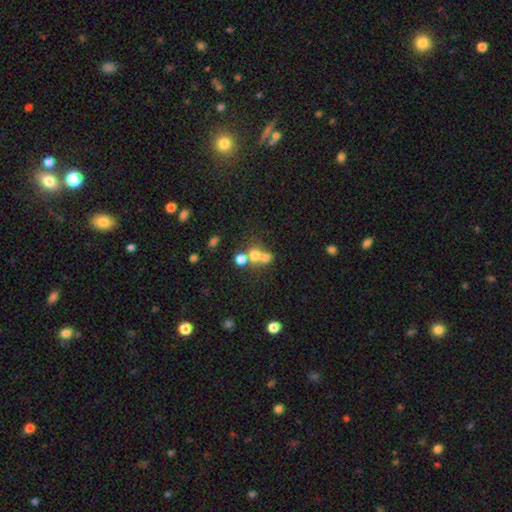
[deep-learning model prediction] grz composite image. It shows a smooth galaxy with no disk features (62%) that is round (72%). Merging: merger (57%).